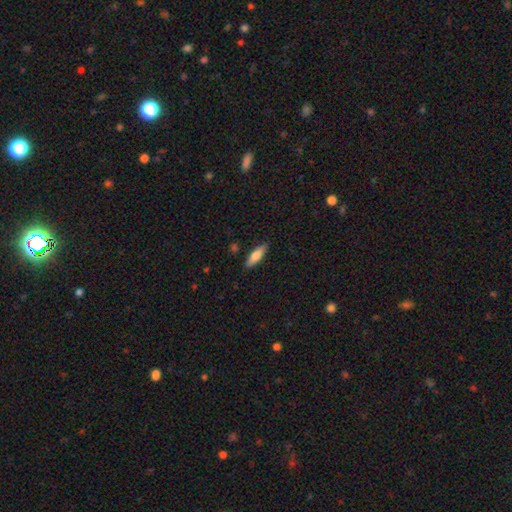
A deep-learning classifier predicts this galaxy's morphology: Overall: smooth (69%). How rounded: cigar-shaped (54%; in between 44%). Merging: none (85%).